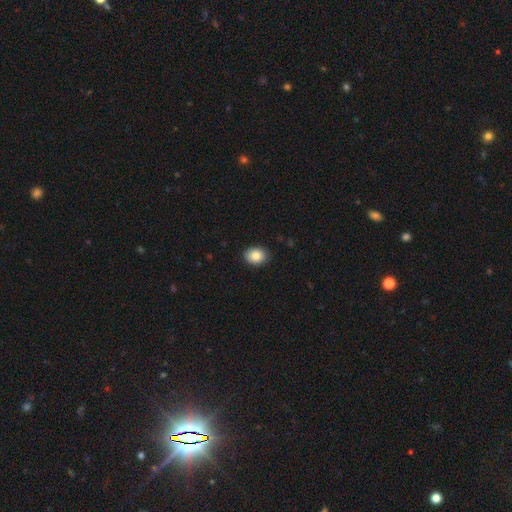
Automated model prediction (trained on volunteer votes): A smooth galaxy with no disk features (85%) that is in between round and cigar-shaped (63%).

Vote fractions:
- Smooth or featured? smooth: 85% / star or artifact: 8% / featured or disk: 7%
- How rounded? in between: 63% / round: 36% / cigar-shaped: 1%
- Merging? none: 89% / minor disturbance: 8% / major disturbance: 2% / merger: 1%